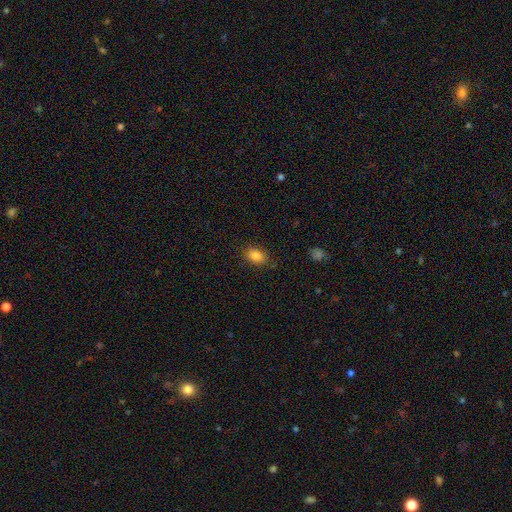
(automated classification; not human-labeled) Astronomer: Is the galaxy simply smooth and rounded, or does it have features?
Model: smooth — 85%.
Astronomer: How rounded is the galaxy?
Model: in between — 77%.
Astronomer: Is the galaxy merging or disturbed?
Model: none — 82%.